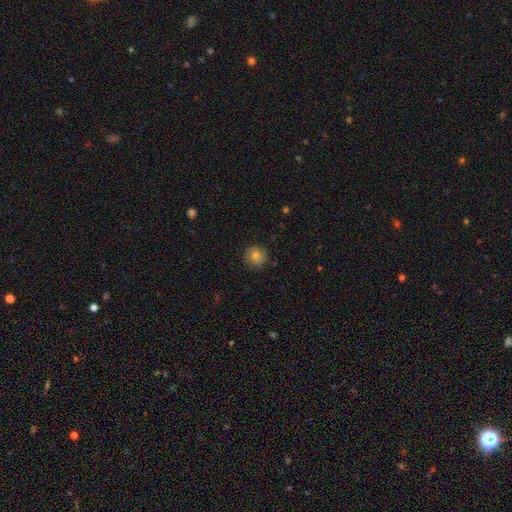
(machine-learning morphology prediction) A smooth galaxy with no disk features (76%) that is round (93%). Merging: none (85%).